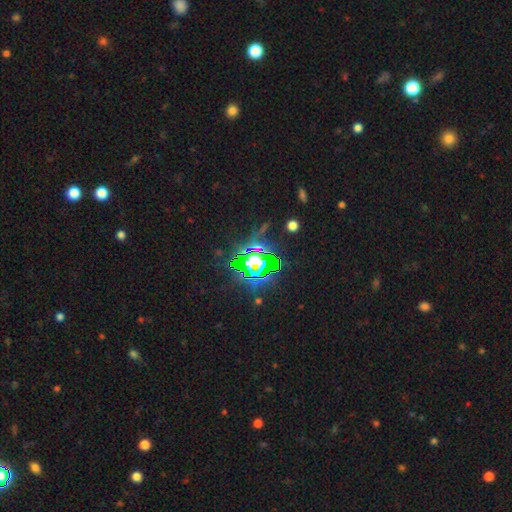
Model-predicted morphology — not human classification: A star or artifact, not a galaxy (79%).